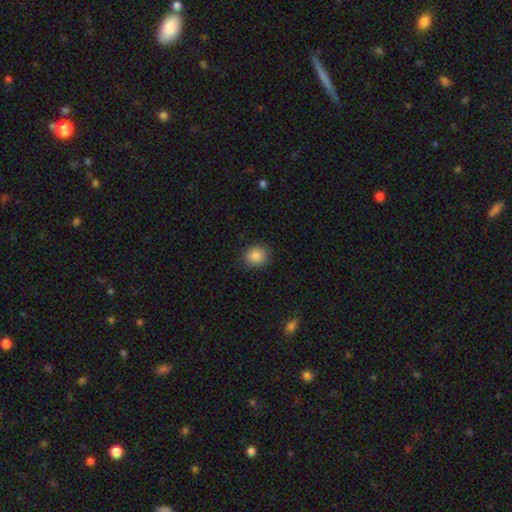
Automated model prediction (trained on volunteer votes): This is clearly a smooth galaxy (85%). How rounded: likely round (68%). Merging: clearly none (86%).